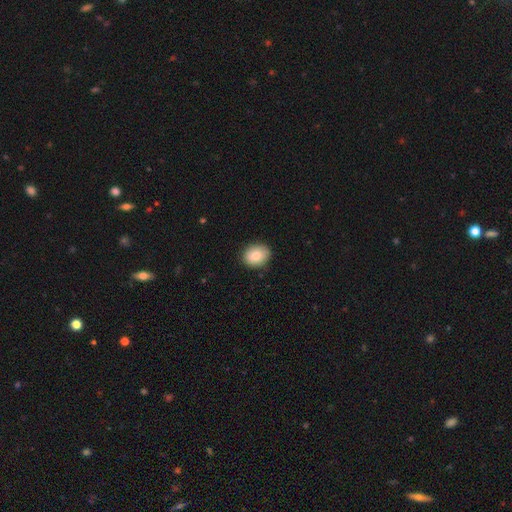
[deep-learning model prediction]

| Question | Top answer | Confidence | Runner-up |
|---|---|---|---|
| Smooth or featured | smooth | 85% | featured or disk (8%) |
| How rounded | in between | 54% | round (45%) |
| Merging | none | 85% | minor disturbance (11%) |